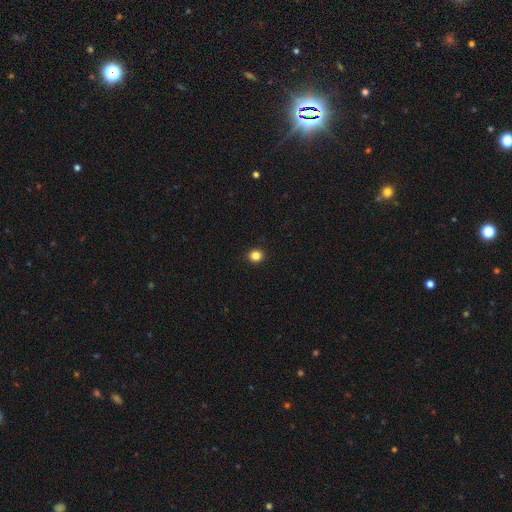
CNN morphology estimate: Q: Smooth or featured?
A: smooth (84%); runner-up: star or artifact (12%)
Q: How rounded?
A: round (89%); runner-up: in between (10%)
Q: Merging?
A: none (93%); runner-up: minor disturbance (4%)